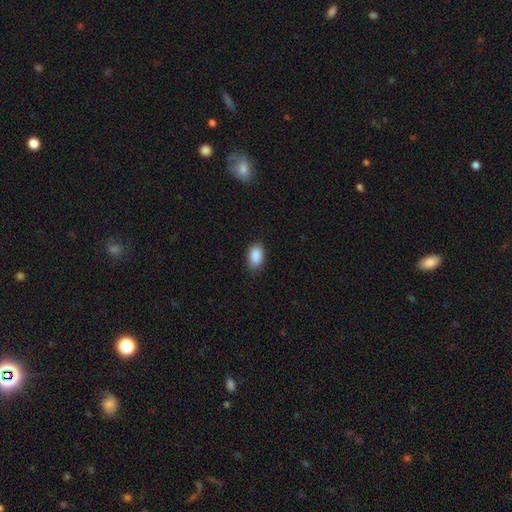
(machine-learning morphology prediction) A smooth galaxy with no disk features (89%) that is in between round and cigar-shaped (91%).

Vote fractions:
- Smooth or featured? smooth: 89% / star or artifact: 7% / featured or disk: 3%
- How rounded? in between: 91% / round: 8% / cigar-shaped: 2%
- Merging? none: 84% / minor disturbance: 12% / major disturbance: 3% / merger: 1%